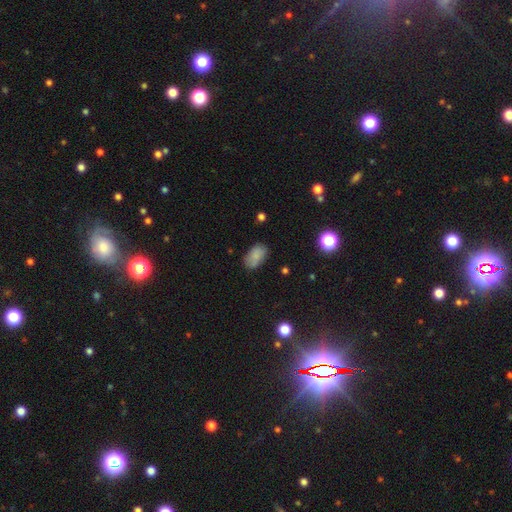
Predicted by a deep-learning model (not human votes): Smooth or featured?
  - smooth: 81% *
  - star or artifact: 10%
  - featured or disk: 9%
How rounded?
  - in between: 92% *
  - round: 7%
  - cigar-shaped: 2%
Merging?
  - none: 75% *
  - minor disturbance: 19%
  - major disturbance: 4%
  - merger: 2%